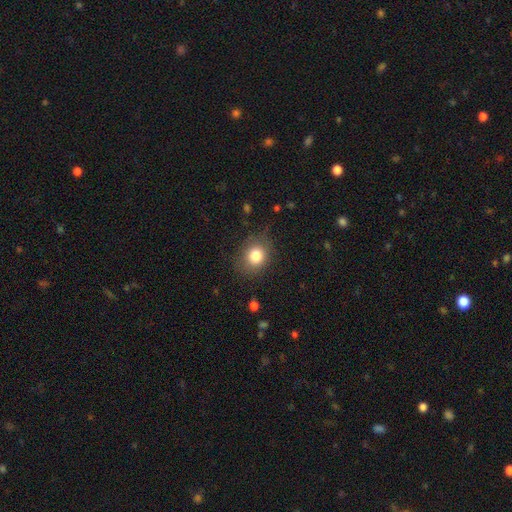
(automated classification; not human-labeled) Morphology: type=smooth (82%); roundness=round (69%); merging=none (79%).